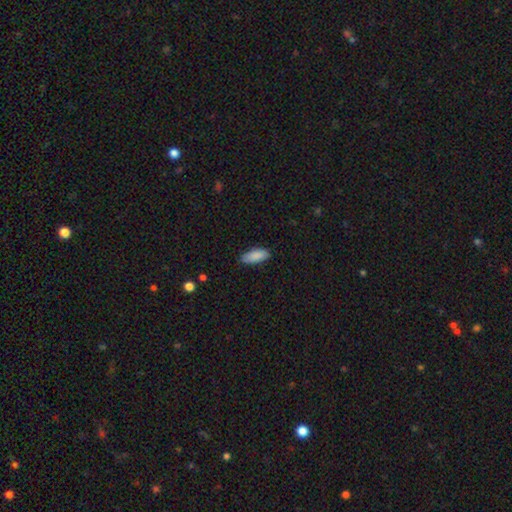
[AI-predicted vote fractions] Overall: smooth (89%). How rounded: in between (79%). Merging: none (84%).